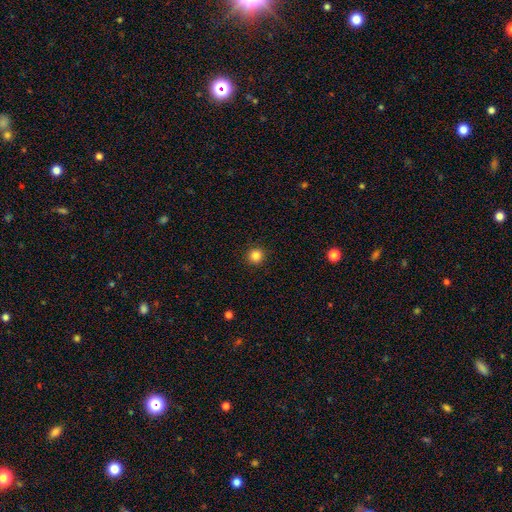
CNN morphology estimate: Smooth or featured: smooth — 85% (star or artifact — 12%)
How rounded: round — 95% (in between — 4%)
Merging: none — 93% (minor disturbance — 5%)